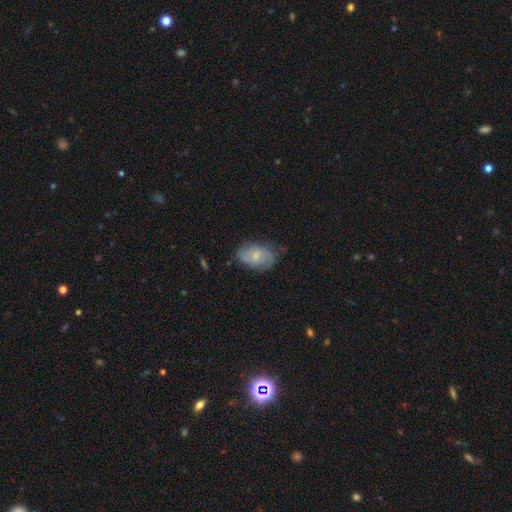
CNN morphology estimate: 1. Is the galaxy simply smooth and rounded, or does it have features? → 52% featured or disk, 41% smooth, 7% star or artifact.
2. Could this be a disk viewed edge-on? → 96% no, 4% yes.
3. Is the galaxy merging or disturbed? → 64% none, 26% minor disturbance, 8% major disturbance, 2% merger.